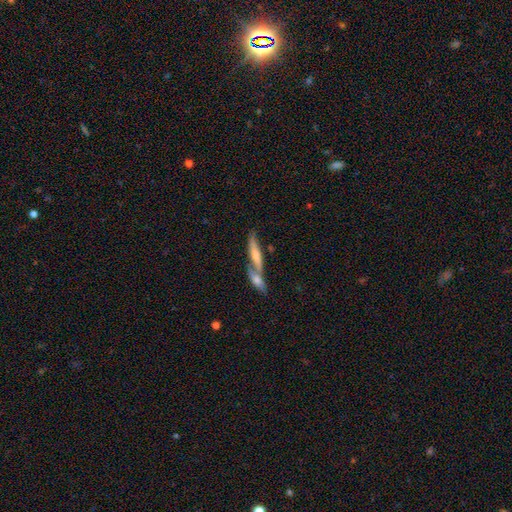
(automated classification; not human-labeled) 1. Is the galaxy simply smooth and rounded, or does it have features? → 55% featured or disk, 37% smooth, 8% star or artifact.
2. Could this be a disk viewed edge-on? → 76% yes, 24% no.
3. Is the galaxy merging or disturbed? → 48% merger, 40% none, 9% minor disturbance, 4% major disturbance.